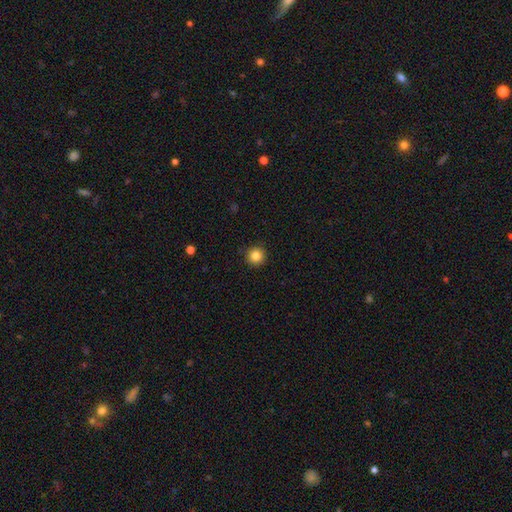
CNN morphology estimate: Overall: smooth (84%). How rounded: round (95%). Merging: none (91%).